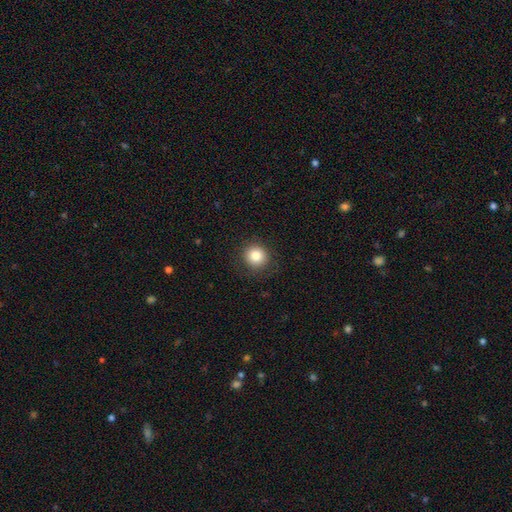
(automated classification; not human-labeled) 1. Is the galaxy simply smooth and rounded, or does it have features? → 83% smooth, 10% star or artifact, 7% featured or disk.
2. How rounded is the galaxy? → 93% round, 6% in between, 1% cigar-shaped.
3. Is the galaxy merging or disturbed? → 88% none, 8% minor disturbance, 3% major disturbance, 1% merger.